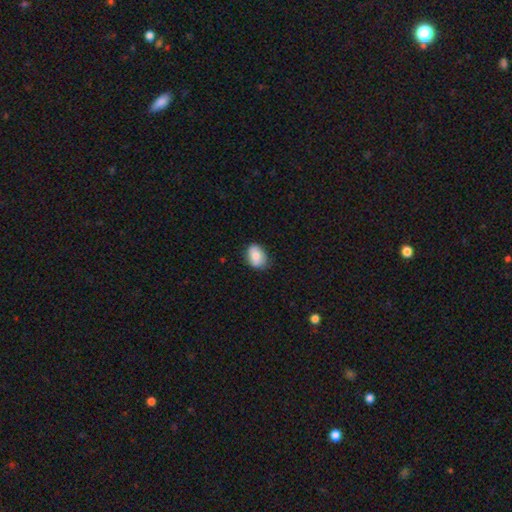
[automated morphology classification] Smooth or featured? Predicted: smooth (p=0.79). How rounded? Predicted: in between (p=0.79). Merging? Predicted: none (p=0.74).